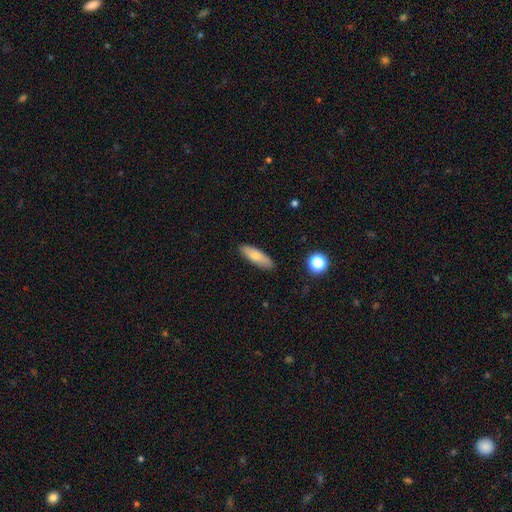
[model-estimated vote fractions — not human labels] Morphology: type=smooth (73%); roundness=in between (51%); merging=none (87%).